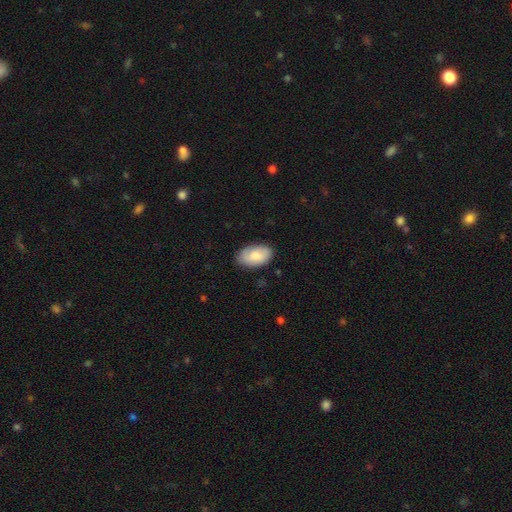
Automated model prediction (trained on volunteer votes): smooth 80%, featured or disk 14%, star or artifact 6%. Down the decision tree: how rounded — in between (94%); merging — none (82%).